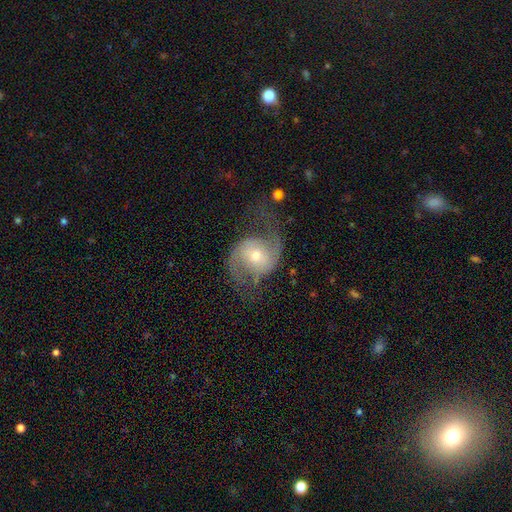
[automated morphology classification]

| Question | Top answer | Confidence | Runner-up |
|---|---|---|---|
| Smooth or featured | featured or disk | 86% | smooth (9%) |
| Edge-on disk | no | 98% | yes (2%) |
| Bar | no | 54% | weak (34%) |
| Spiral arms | yes | 96% | no (4%) |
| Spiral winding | loose | 48% | medium (42%) |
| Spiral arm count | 2 | 93% | can't tell (2%) |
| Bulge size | moderate | 57% | small (35%) |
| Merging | none | 67% | minor disturbance (16%) |